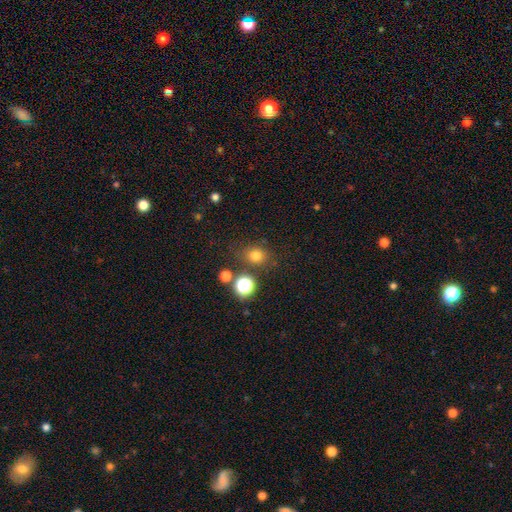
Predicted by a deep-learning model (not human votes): The model was most divided on "how rounded": round: 71%, in between: 28%, cigar-shaped: 1%. More confident: merging — none (77%); smooth or featured — smooth (75%).